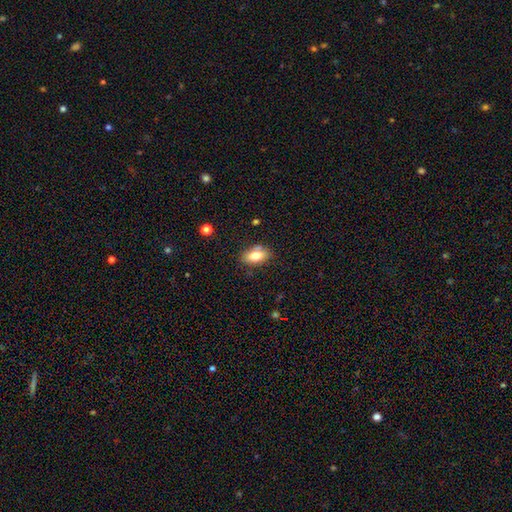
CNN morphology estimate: The model was most divided on "merging": none: 75%, minor disturbance: 16%, merger: 5%, major disturbance: 3%. More confident: how rounded — in between (88%); smooth or featured — smooth (77%).